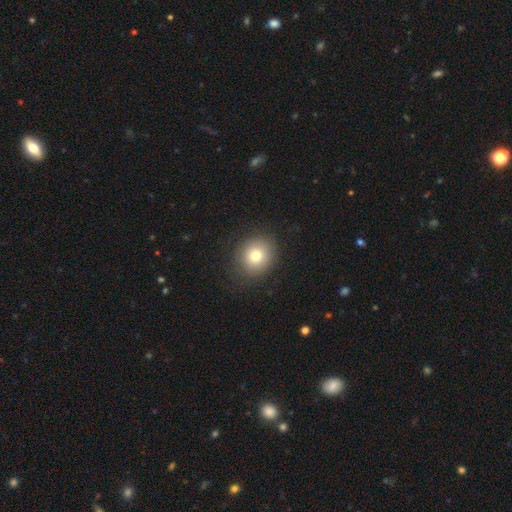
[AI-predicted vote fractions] Morphology: type=smooth (78%); roundness=round (81%); merging=none (87%).